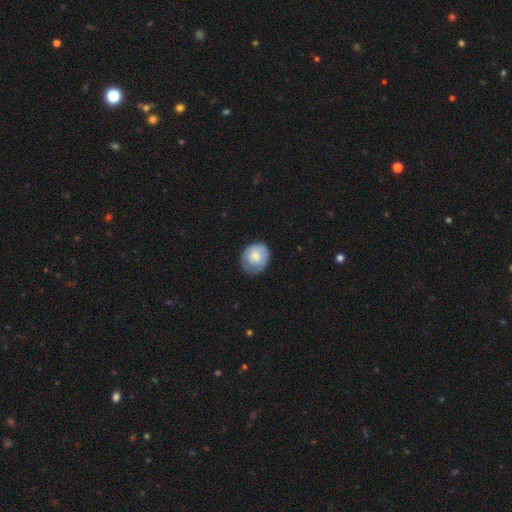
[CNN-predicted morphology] type=smooth (73%); roundness=round (65%); merging=none (67%).